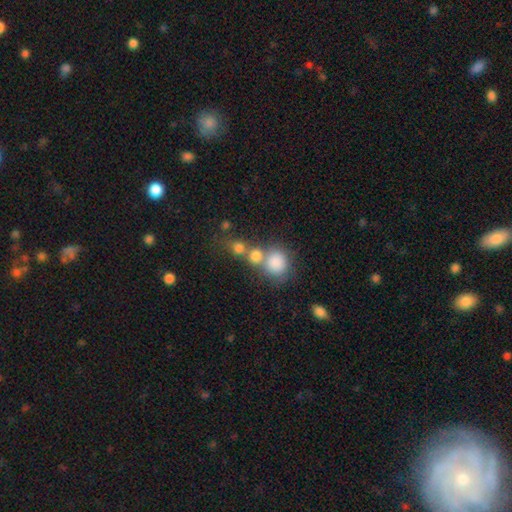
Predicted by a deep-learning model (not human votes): A smooth galaxy with no disk features (77%) that is round (79%). Merging: merger (49%).